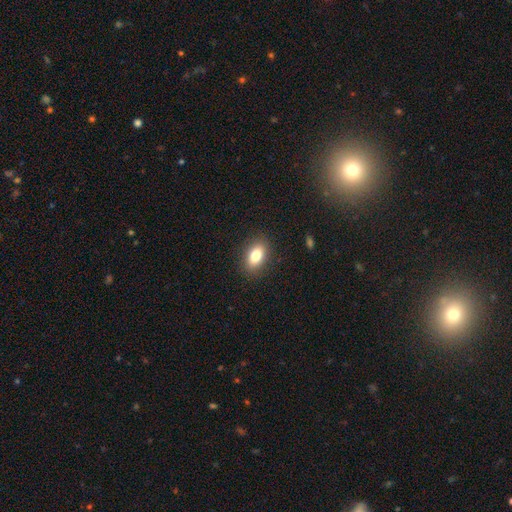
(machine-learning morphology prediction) Smooth or featured? Predicted: smooth (p=0.81). How rounded? Predicted: in between (p=0.87). Merging? Predicted: none (p=0.88).